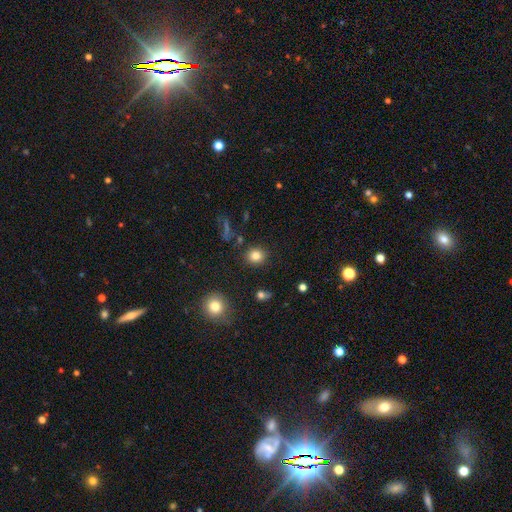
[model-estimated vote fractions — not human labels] Smooth or featured? smooth (82%)
How rounded? round (84%)
Merging? none (88%)